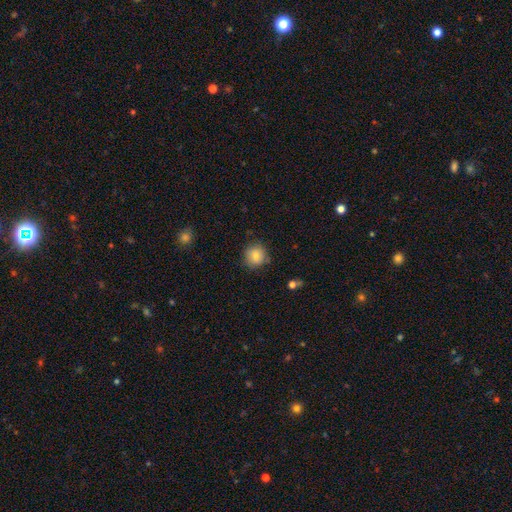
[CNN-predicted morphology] The model was most divided on "merging": none: 78%, minor disturbance: 17%, major disturbance: 4%, merger: 2%. More confident: how rounded — round (90%); smooth or featured — smooth (80%).